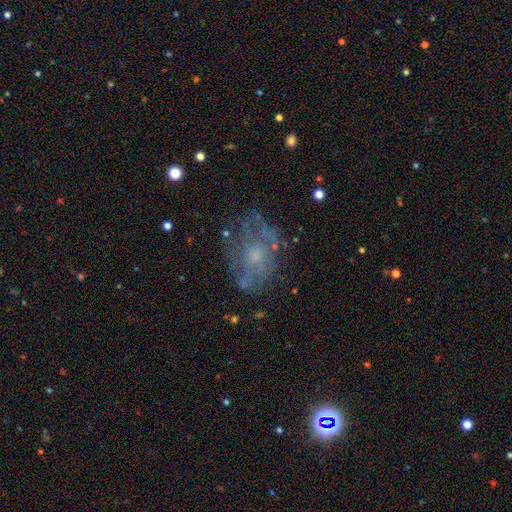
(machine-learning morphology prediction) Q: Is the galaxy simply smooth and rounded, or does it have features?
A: featured or disk — 60%.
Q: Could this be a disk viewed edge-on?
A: no — 95%.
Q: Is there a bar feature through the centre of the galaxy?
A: no — 85%.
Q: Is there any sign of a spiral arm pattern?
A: no — 60%.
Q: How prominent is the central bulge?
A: small — 44%.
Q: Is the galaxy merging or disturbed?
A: none — 63%.